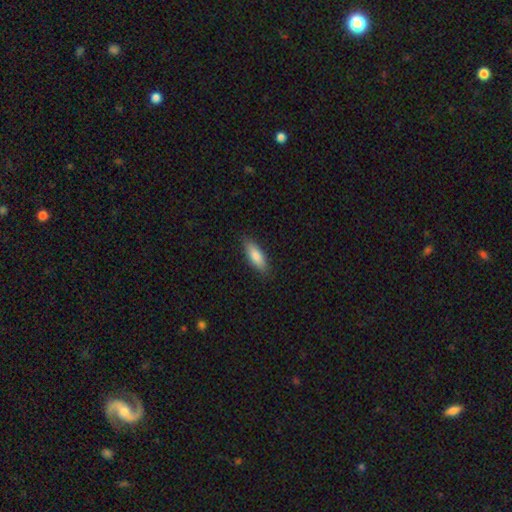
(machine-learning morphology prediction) smooth 83%, featured or disk 11%, star or artifact 6%. Down the decision tree: how rounded — in between (56%); merging — none (87%).